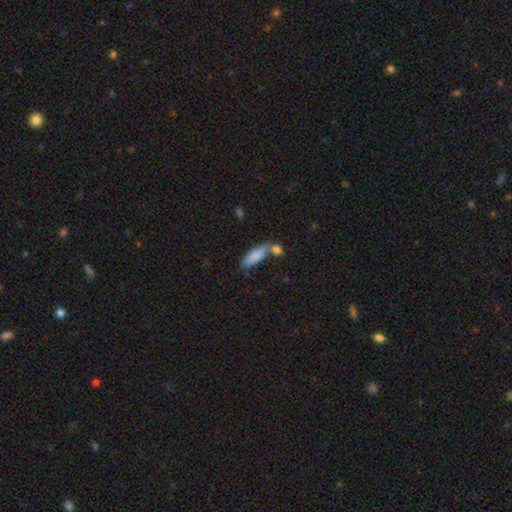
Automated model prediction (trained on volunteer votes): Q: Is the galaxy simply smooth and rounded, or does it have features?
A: smooth — 81%.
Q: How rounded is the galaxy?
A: in between — 58%.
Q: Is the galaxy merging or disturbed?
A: none — 50%.